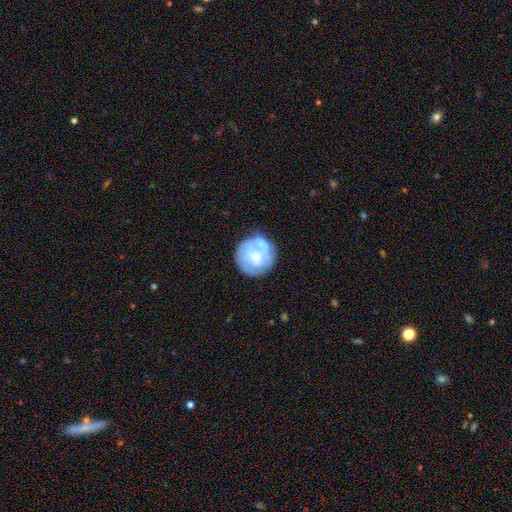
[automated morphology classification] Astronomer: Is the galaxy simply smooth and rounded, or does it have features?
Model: featured or disk — 57% (runner-up: smooth, 36%).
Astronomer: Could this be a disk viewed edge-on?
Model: no — 98%.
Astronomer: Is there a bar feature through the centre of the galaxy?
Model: no — 74%.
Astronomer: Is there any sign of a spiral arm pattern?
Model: no — 59% (runner-up: yes, 41%).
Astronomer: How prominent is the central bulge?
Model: moderate — 52% (runner-up: small, 32%).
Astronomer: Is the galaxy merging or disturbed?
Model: none — 63%.